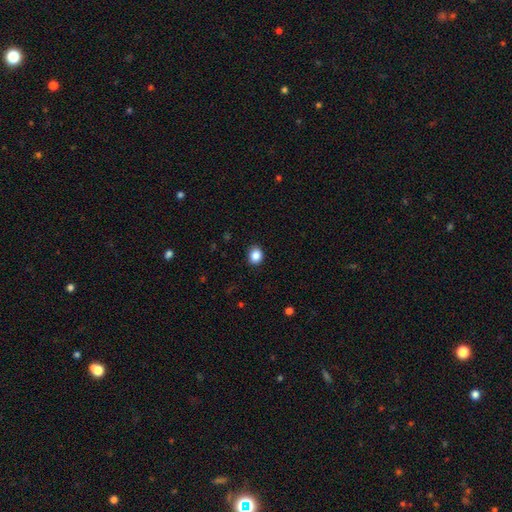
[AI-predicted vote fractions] smooth-or-featured: smooth: 87% | star or artifact: 9% | featured or disk: 4%
  how-rounded: round: 67% | in between: 32% | cigar-shaped: 1%
  merging: none: 90% | minor disturbance: 7% | major disturbance: 2% | merger: 1%